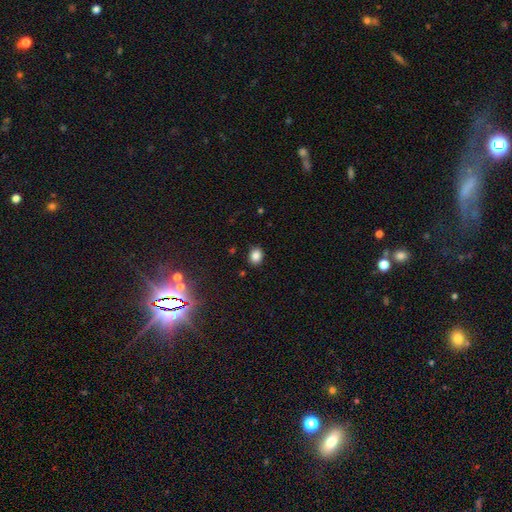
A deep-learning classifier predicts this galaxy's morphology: Smooth or featured?
  - smooth: 83% *
  - star or artifact: 12%
  - featured or disk: 5%
How rounded?
  - round: 54% *
  - in between: 45%
  - cigar-shaped: 1%
Merging?
  - none: 89% *
  - minor disturbance: 8%
  - major disturbance: 2%
  - merger: 1%